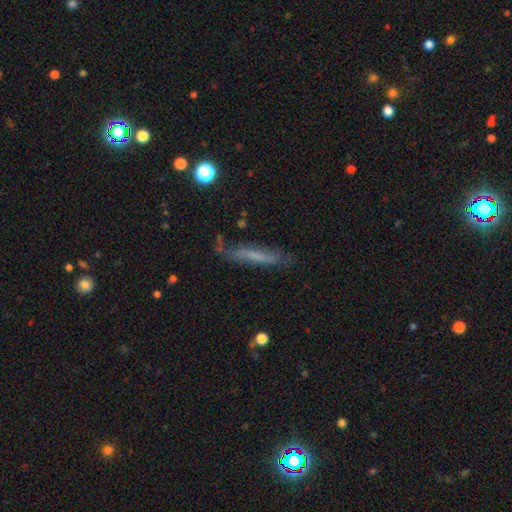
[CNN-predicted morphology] Overall: smooth (48%; featured or disk 42%). Merging: none (69%).